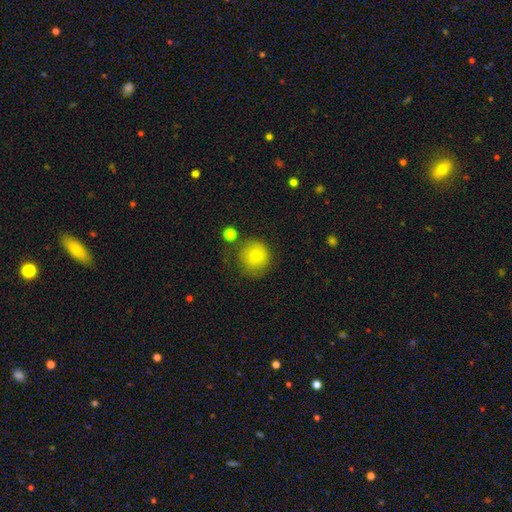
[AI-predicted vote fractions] This is likely a smooth galaxy (79%). How rounded: clearly round (92%). Merging: likely none (73%).